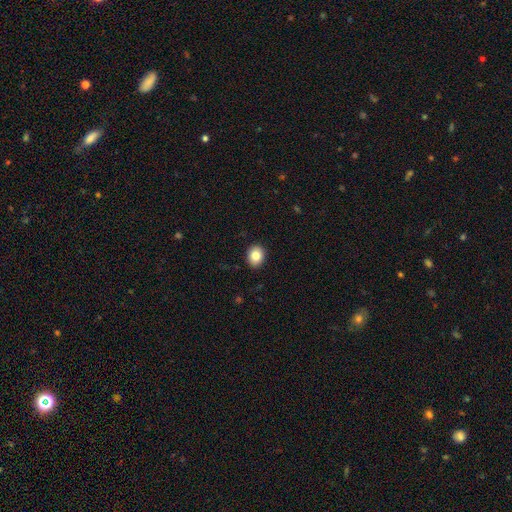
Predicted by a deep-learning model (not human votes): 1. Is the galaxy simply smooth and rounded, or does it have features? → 84% smooth, 9% star or artifact, 8% featured or disk.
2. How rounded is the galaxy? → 58% round, 41% in between, 1% cigar-shaped.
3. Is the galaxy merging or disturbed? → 91% none, 6% minor disturbance, 2% major disturbance, 1% merger.